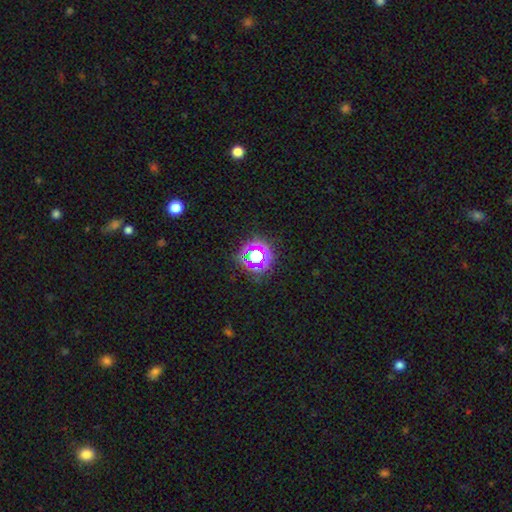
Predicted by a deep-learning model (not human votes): Smooth or featured? star or artifact (66%)